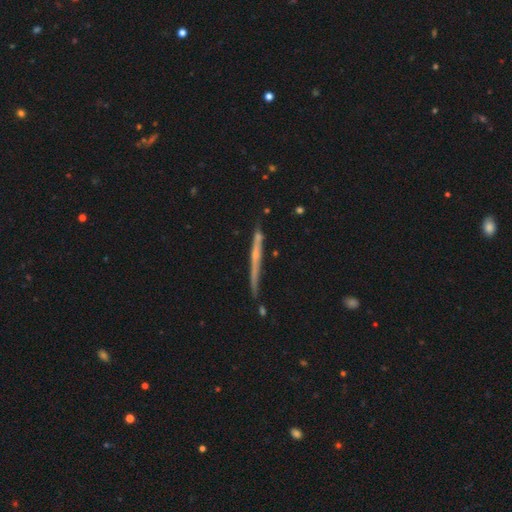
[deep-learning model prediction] This appears to be a featured or disk galaxy (63%) viewed edge-on (96%) with no central bulge (65%). Merging: none (76%).